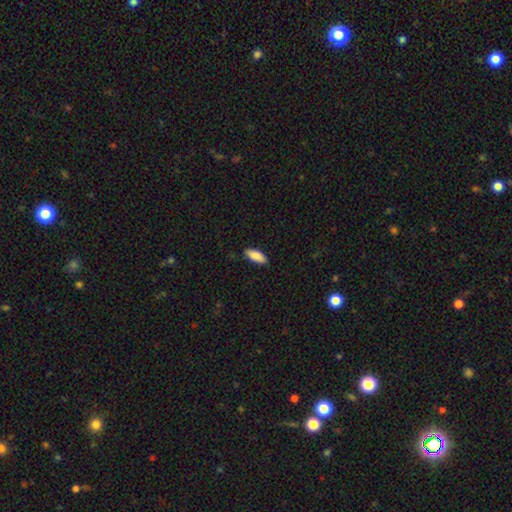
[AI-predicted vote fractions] Smooth or featured? Predicted: smooth (p=0.89). How rounded? Predicted: in between (p=0.79). Merging? Predicted: none (p=0.85).